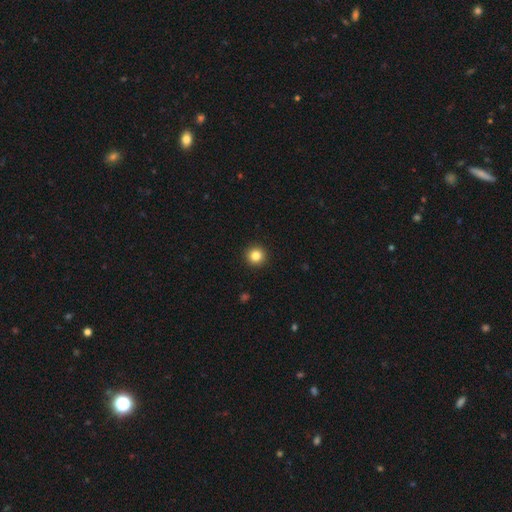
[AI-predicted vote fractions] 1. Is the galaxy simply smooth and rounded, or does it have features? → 84% smooth, 11% star or artifact, 6% featured or disk.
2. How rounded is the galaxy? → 96% round, 3% in between, 1% cigar-shaped.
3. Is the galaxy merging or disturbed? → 94% none, 4% minor disturbance, 1% major disturbance, 1% merger.